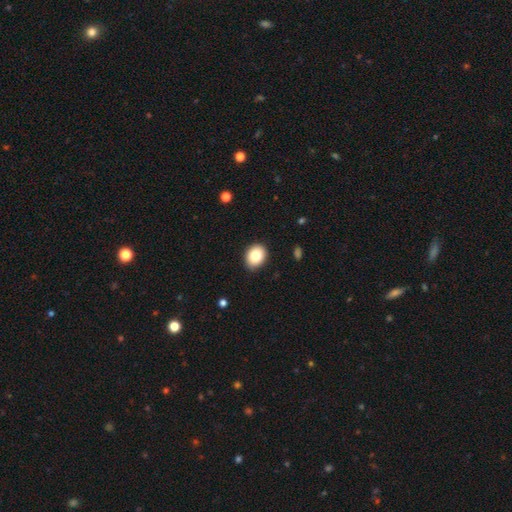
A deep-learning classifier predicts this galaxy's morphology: Smooth or featured? smooth (84%)
How rounded? in between (55%)
Merging? none (88%)